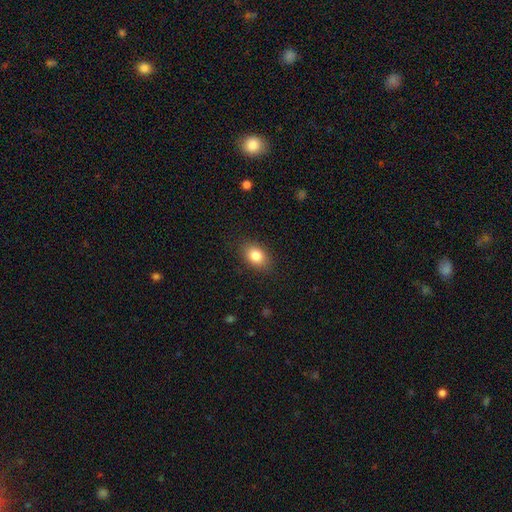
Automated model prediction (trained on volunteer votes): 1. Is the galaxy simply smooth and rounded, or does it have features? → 84% smooth, 9% star or artifact, 8% featured or disk.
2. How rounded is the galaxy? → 78% in between, 20% round, 1% cigar-shaped.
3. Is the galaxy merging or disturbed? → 87% none, 9% minor disturbance, 3% major disturbance, 1% merger.